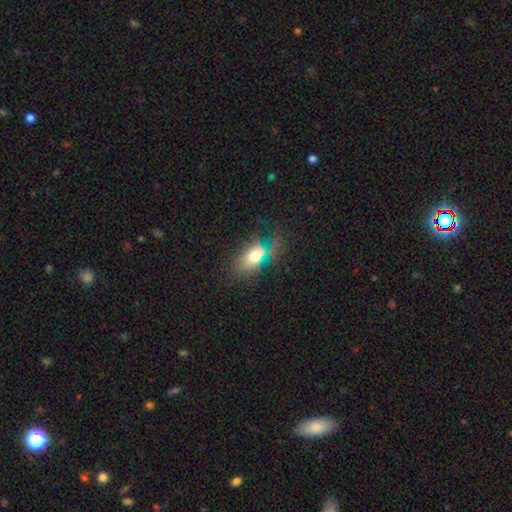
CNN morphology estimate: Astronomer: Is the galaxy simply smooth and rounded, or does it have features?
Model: smooth — 71%.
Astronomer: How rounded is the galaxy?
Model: in between — 82%.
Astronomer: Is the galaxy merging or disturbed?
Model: none — 61%.